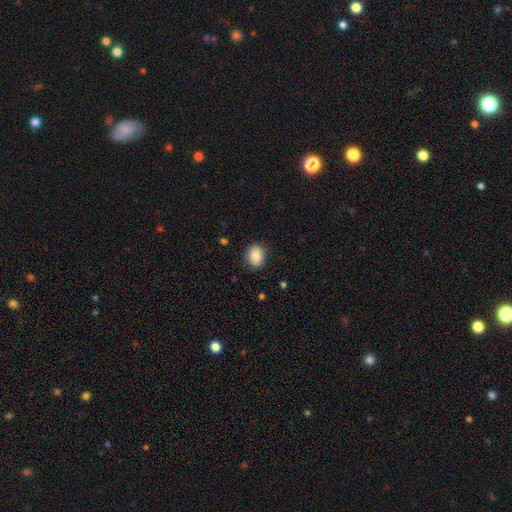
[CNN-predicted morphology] This appears to be a smooth galaxy with no disk features (81%) that is round (61%). Merging: none (85%).